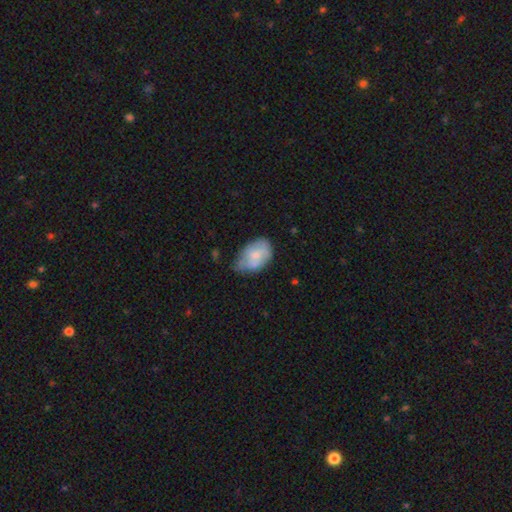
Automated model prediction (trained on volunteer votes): A smooth galaxy with no disk features (63%) that is in between round and cigar-shaped (87%).

Vote fractions:
- Smooth or featured? smooth: 63% / featured or disk: 30% / star or artifact: 7%
- How rounded? in between: 87% / round: 12% / cigar-shaped: 1%
- Merging? minor disturbance: 42% / none: 39% / major disturbance: 13% / merger: 6%